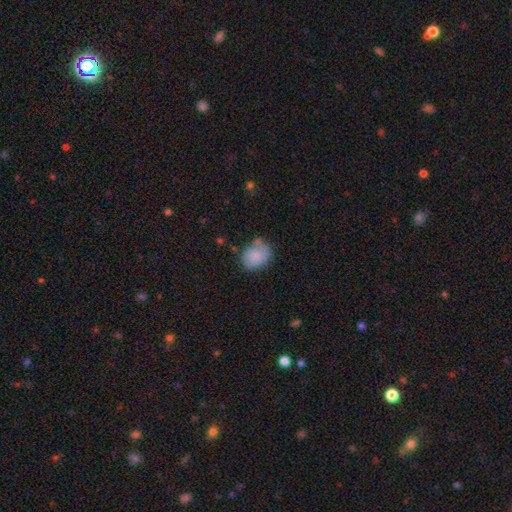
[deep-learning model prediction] Overall: smooth (81%). How rounded: in between (56%; round 43%). Merging: none (56%; minor disturbance 28%).